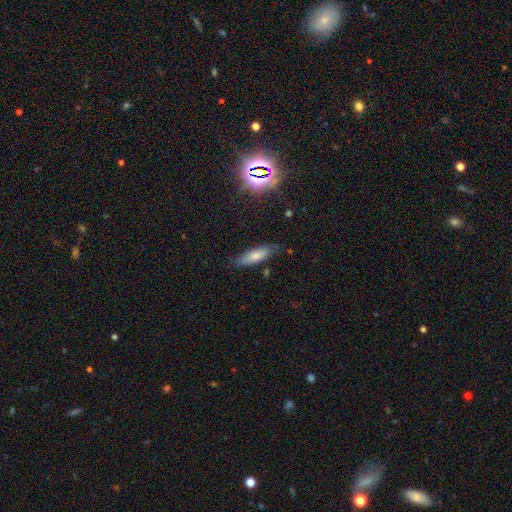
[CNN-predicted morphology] A smooth galaxy with no disk features (74%) that is cigar-shaped (50%). Merging: none (78%).